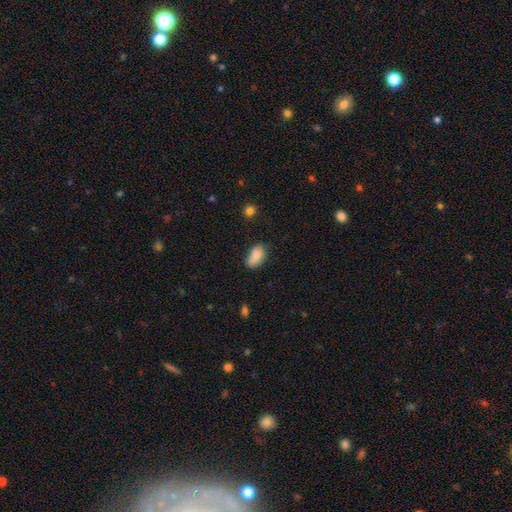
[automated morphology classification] smooth 86%, star or artifact 8%, featured or disk 5%. Down the decision tree: how rounded — in between (92%); merging — none (64%).